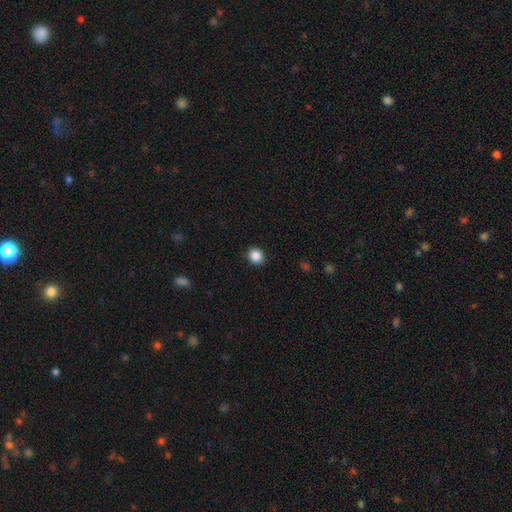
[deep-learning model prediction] The model was most divided on "how rounded": round: 80%, in between: 19%, cigar-shaped: 1%. More confident: merging — none (91%); smooth or featured — smooth (87%).